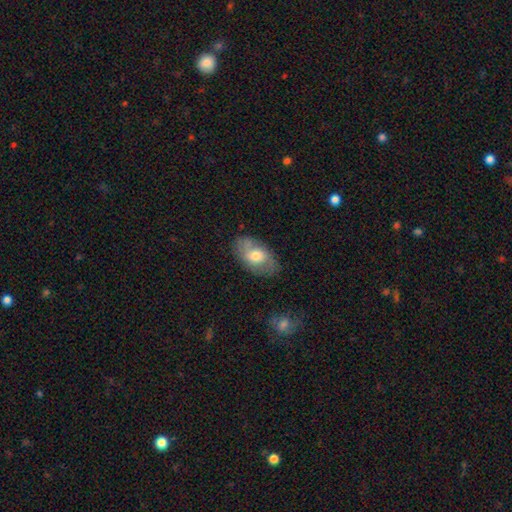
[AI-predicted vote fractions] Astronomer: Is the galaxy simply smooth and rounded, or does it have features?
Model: smooth — 60%.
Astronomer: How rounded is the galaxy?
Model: in between — 91%.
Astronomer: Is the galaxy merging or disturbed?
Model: none — 71%.